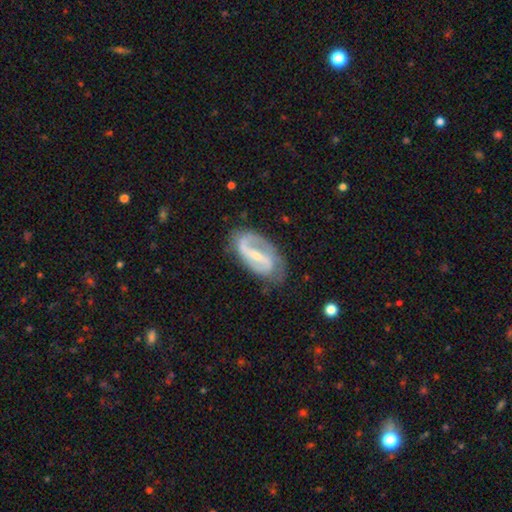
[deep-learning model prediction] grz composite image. It shows a featured or disk galaxy (86%) with a strong bar (51%), 2 (82%) medium (45%) spiral arms (94%) and a small central bulge (65%). Merging: none (71%).